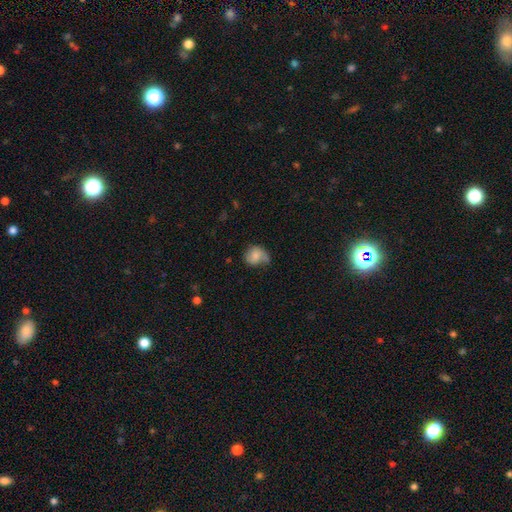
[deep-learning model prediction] smooth-or-featured: smooth: 60% | featured or disk: 32% | star or artifact: 9%
  how-rounded: round: 61% | in between: 38% | cigar-shaped: 1%
  merging: none: 41% | minor disturbance: 36% | major disturbance: 19% | merger: 4%